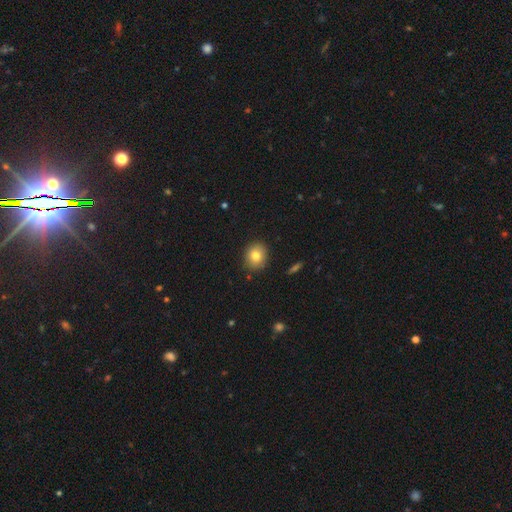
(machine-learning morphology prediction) This is clearly a smooth galaxy (80%). How rounded: likely round (74%). Merging: clearly none (88%).